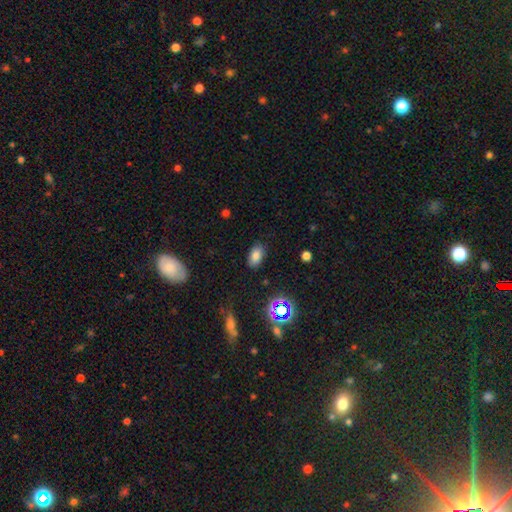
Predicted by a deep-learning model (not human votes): This appears to be a smooth galaxy with no disk features (78%) that is in between round and cigar-shaped (90%). Merging: none (85%).